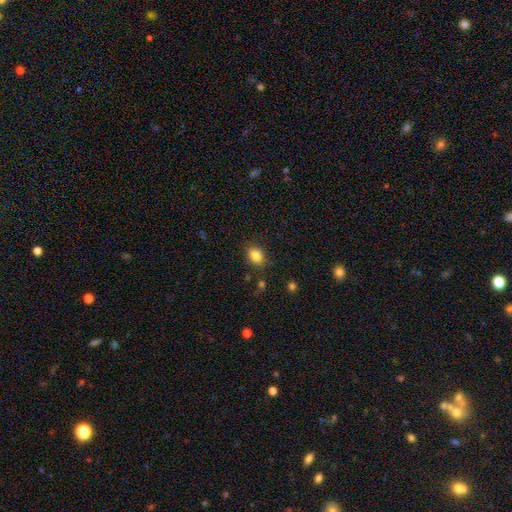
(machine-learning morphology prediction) Smooth or featured? smooth (84%)
How rounded? in between (68%)
Merging? none (83%)